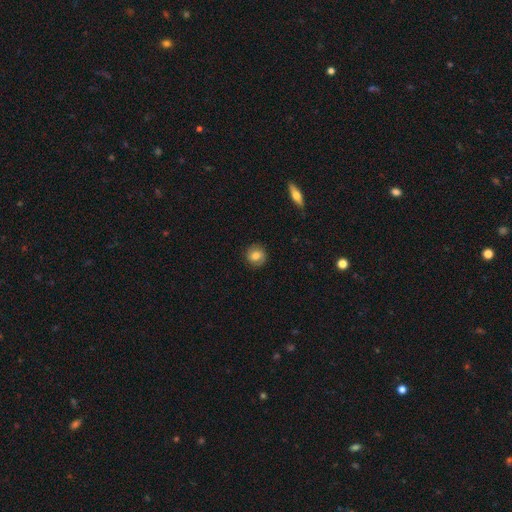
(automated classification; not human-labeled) A smooth galaxy with no disk features (72%) that is round (89%).

Vote fractions:
- Smooth or featured? smooth: 72% / featured or disk: 19% / star or artifact: 9%
- How rounded? round: 89% / in between: 10% / cigar-shaped: 1%
- Merging? none: 87% / minor disturbance: 10% / major disturbance: 3% / merger: 1%